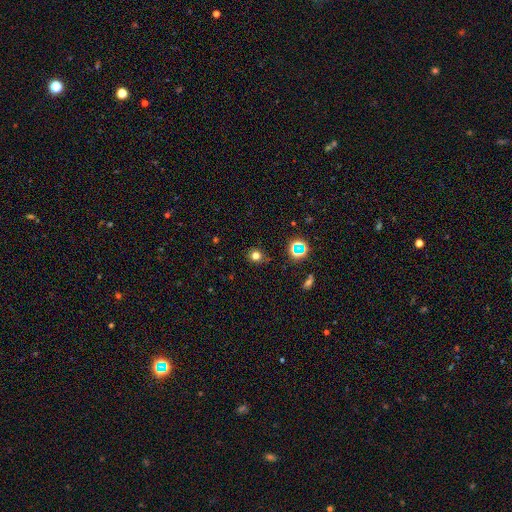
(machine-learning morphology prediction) type=smooth (70%); roundness=round (83%); merging=none (86%).